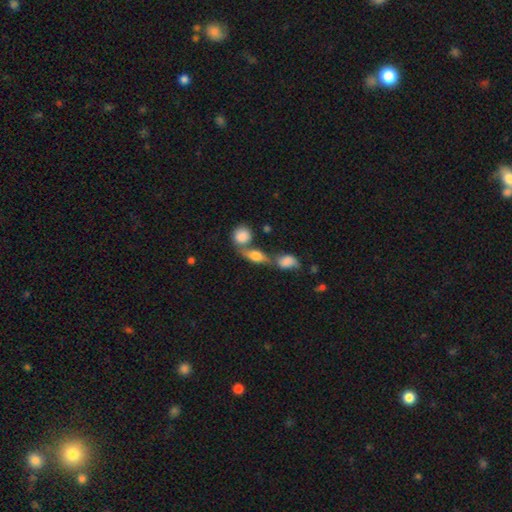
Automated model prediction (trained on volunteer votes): This is likely a smooth galaxy (62%). How rounded: likely in between (62%). Merging: marginally none (45%).